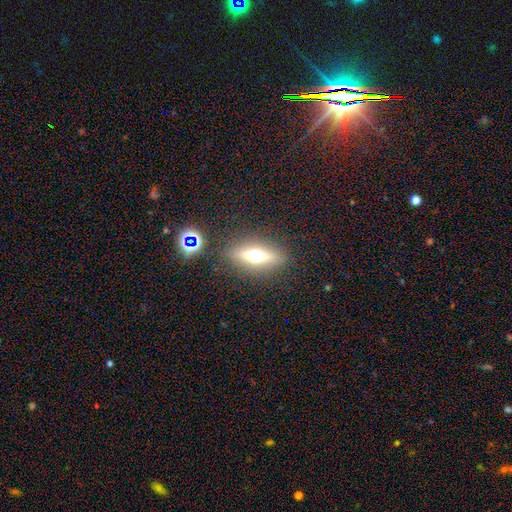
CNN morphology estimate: This is possibly a featured or disk galaxy (51%). It is clearly viewed edge-on (83%). Merging: clearly none (85%).